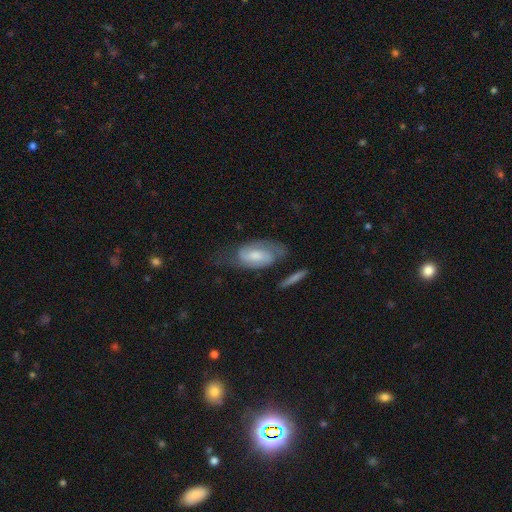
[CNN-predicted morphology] A featured or disk galaxy (62%) with a weak bar (45%), 2 (73%) medium (45%) spiral arms (88%) and a moderate central bulge (47%). Merging: none (50%).